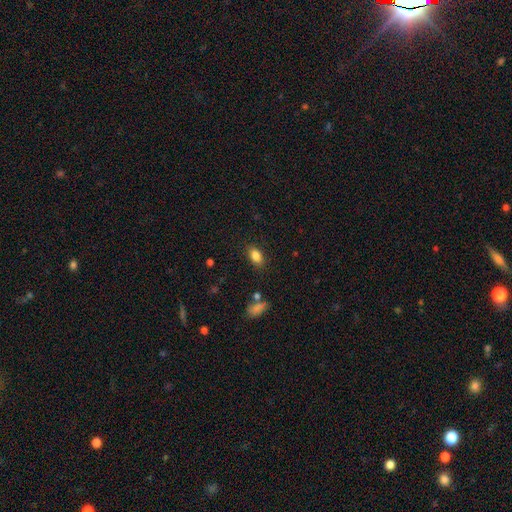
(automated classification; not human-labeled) Smooth or featured?
  - smooth: 84% *
  - star or artifact: 9%
  - featured or disk: 7%
How rounded?
  - in between: 86% *
  - round: 10%
  - cigar-shaped: 3%
Merging?
  - none: 84% *
  - minor disturbance: 11%
  - major disturbance: 3%
  - merger: 2%